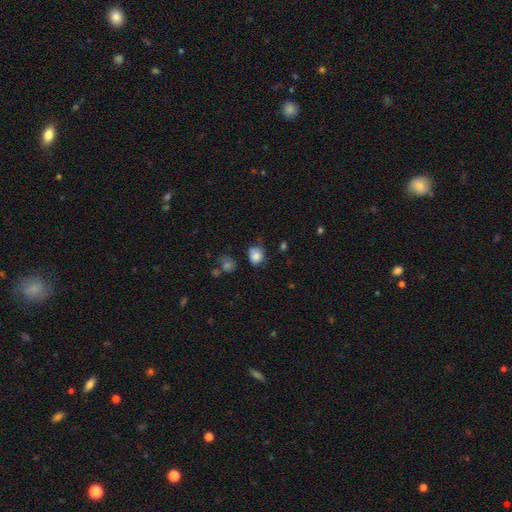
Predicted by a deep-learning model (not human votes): This is clearly a smooth galaxy (82%). How rounded: likely round (62%). Merging: likely none (62%).